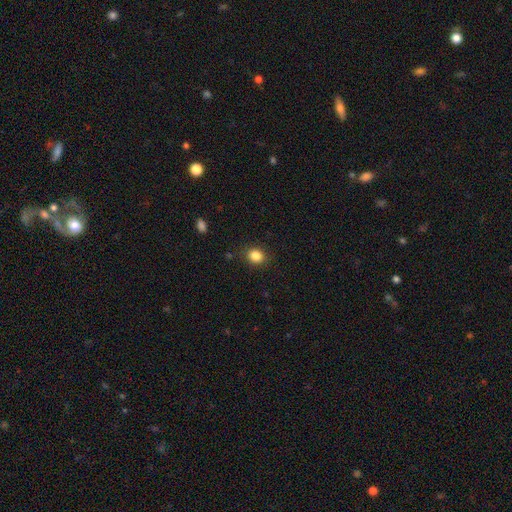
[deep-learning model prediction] Smooth or featured? smooth (85%)
How rounded? round (59%)
Merging? none (87%)